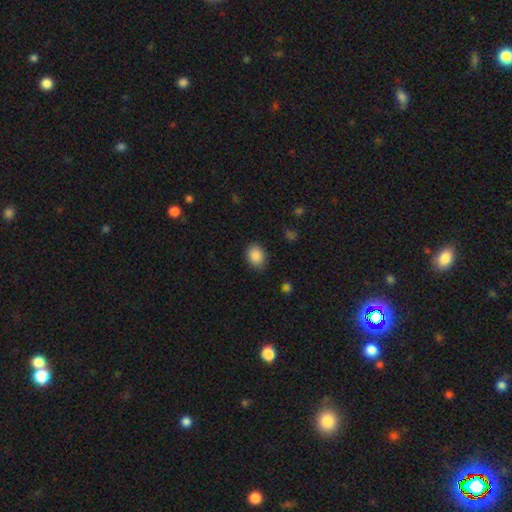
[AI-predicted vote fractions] The model was most divided on "how rounded": in between: 59%, round: 40%, cigar-shaped: 1%. More confident: smooth or featured — smooth (88%); merging — none (84%).